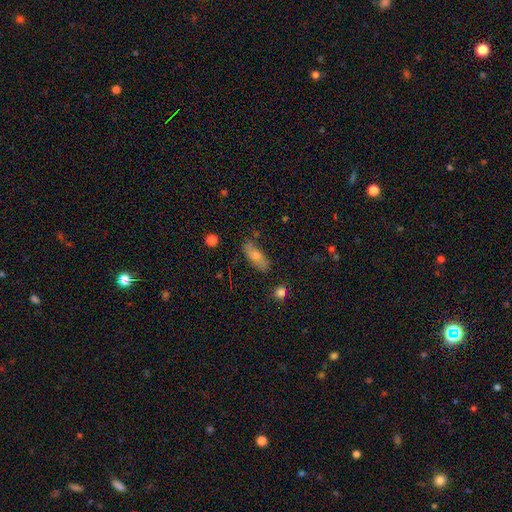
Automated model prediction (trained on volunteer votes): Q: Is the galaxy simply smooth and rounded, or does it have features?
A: smooth — 72%.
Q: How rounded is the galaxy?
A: in between — 71%.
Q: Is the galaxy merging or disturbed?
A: none — 66%.